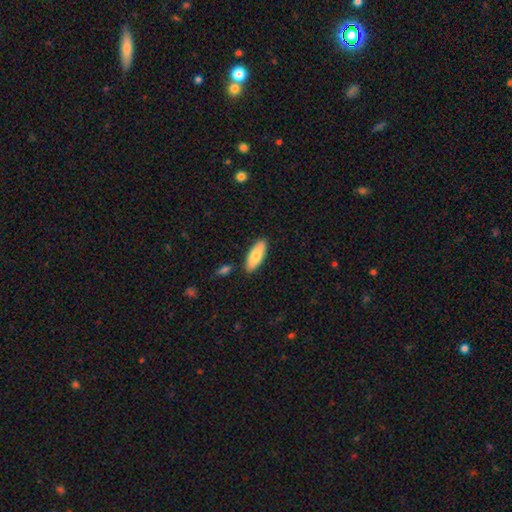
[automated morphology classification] The model was most divided on "how rounded": in between: 80%, cigar-shaped: 18%, round: 2%. More confident: merging — none (85%); smooth or featured — smooth (79%).